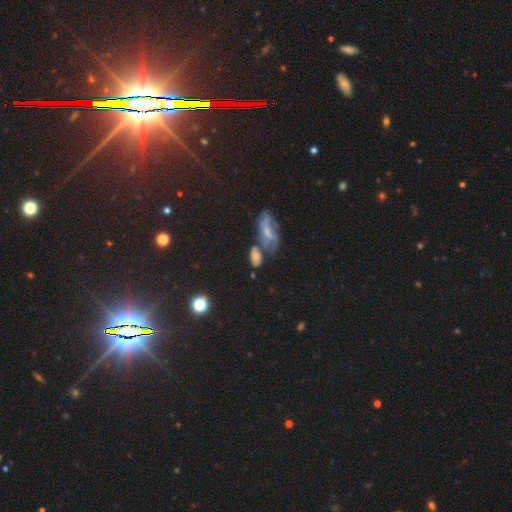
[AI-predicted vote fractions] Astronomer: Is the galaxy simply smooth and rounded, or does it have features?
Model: smooth — 42% (runner-up: featured or disk, 30%).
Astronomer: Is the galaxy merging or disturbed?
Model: none — 43% (runner-up: merger, 27%).